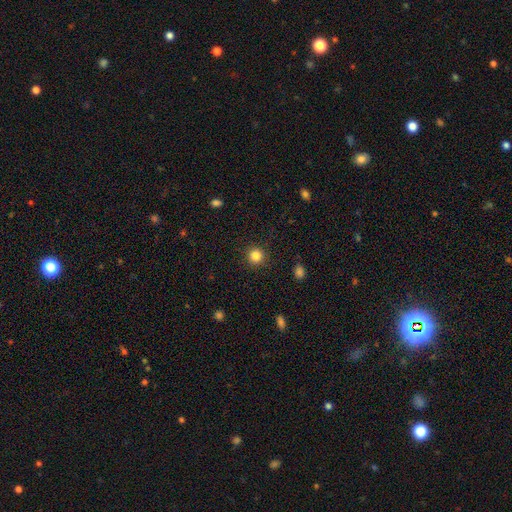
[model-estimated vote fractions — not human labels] A smooth galaxy with no disk features (84%) that is round (94%).

Vote fractions:
- Smooth or featured? smooth: 84% / star or artifact: 12% / featured or disk: 5%
- How rounded? round: 94% / in between: 5% / cigar-shaped: 1%
- Merging? none: 91% / minor disturbance: 6% / major disturbance: 2% / merger: 1%